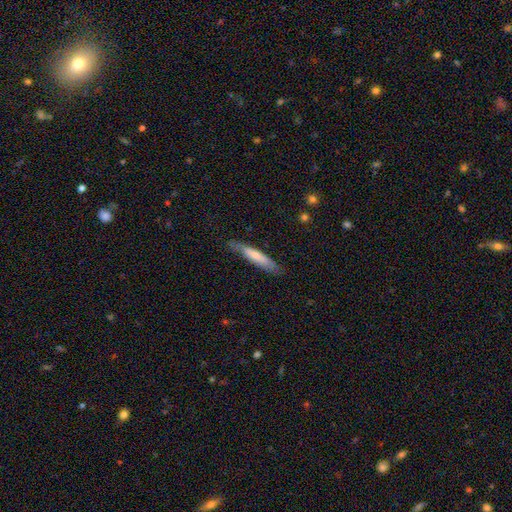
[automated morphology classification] Overall: smooth (62%; featured or disk 32%). How rounded: cigar-shaped (87%). Merging: none (77%).